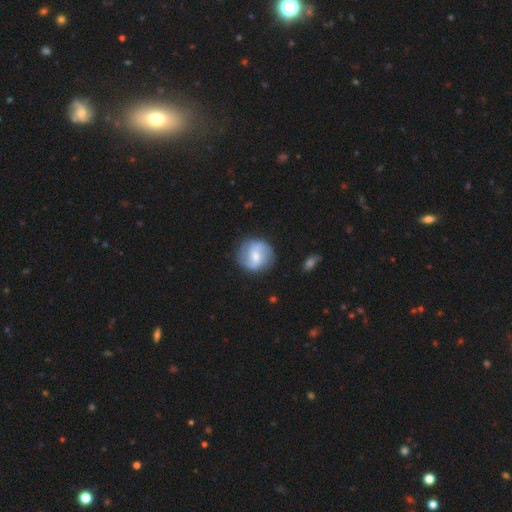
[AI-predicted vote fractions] Morphology: type=featured or disk (69%); edge-on=no (98%); bar=weak (48%); spiral arms=yes (91%); winding=medium (44%); arm count=2 (76%); bulge=moderate (50%); merging=none (82%).